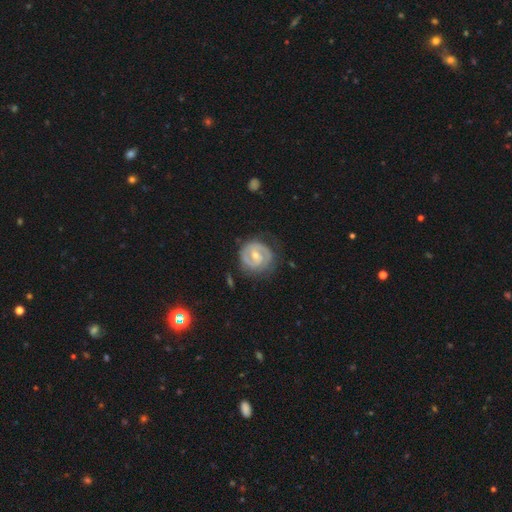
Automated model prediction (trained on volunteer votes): A featured or disk galaxy (81%) with a weak bar (50%), 2 (76%) tight (58%) spiral arms (87%) and a moderate central bulge (54%). Merging: none (73%).